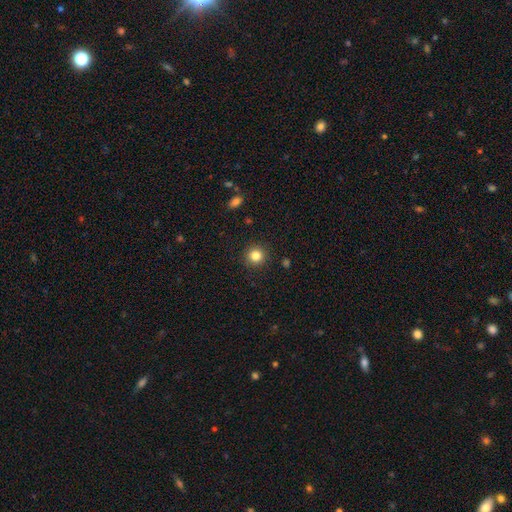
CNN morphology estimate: A smooth galaxy with no disk features (83%) that is round (94%).

Vote fractions:
- Smooth or featured? smooth: 83% / star or artifact: 11% / featured or disk: 5%
- How rounded? round: 94% / in between: 5% / cigar-shaped: 1%
- Merging? none: 91% / minor disturbance: 6% / major disturbance: 2% / merger: 1%